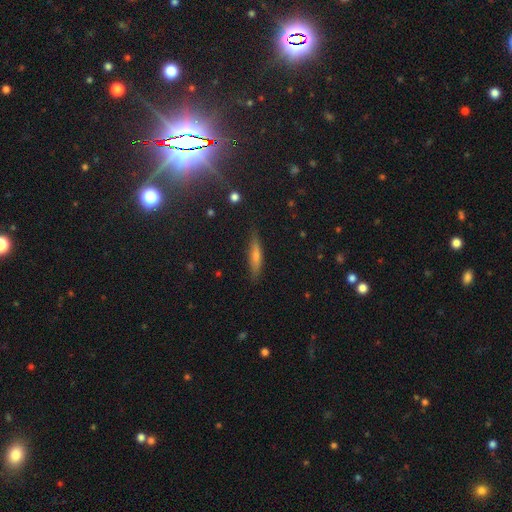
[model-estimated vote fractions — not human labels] This appears to be a smooth galaxy with no disk features (51%) that is cigar-shaped (84%). Merging: none (86%).